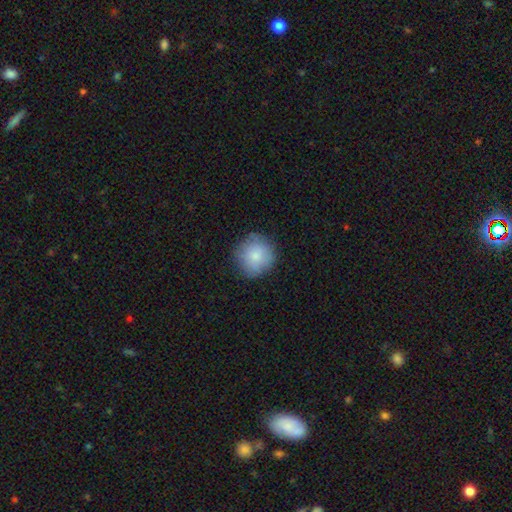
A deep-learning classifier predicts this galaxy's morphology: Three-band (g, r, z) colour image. It shows a smooth galaxy with no disk features (81%) that is round (93%). Merging: none (79%).